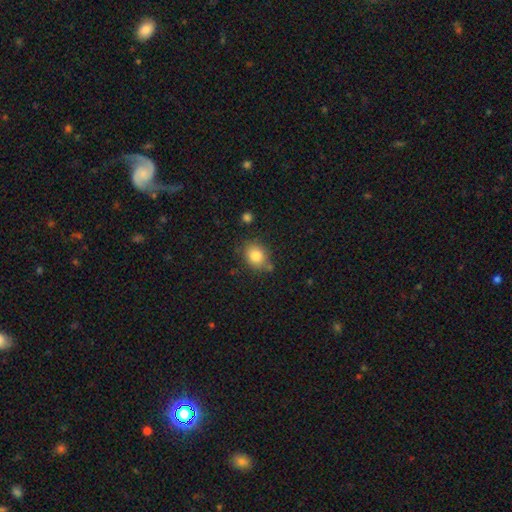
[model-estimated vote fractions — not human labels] A smooth galaxy with no disk features (83%) that is round (55%).

Vote fractions:
- Smooth or featured? smooth: 83% / star or artifact: 9% / featured or disk: 8%
- How rounded? round: 55% / in between: 44% / cigar-shaped: 1%
- Merging? none: 71% / minor disturbance: 17% / merger: 7% / major disturbance: 4%